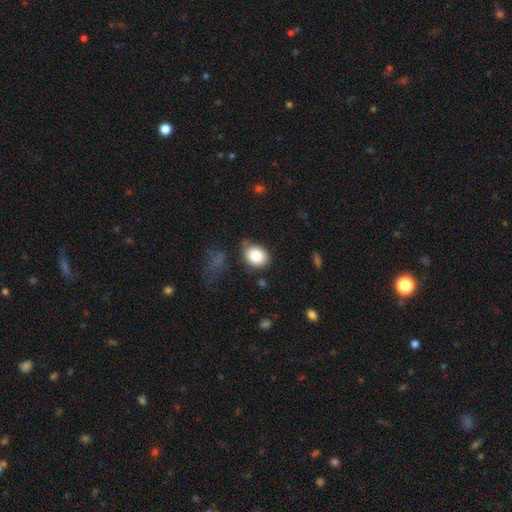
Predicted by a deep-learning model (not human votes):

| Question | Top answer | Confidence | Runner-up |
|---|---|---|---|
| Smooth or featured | smooth | 83% | star or artifact (9%) |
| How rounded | in between | 52% | round (48%) |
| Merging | none | 69% | minor disturbance (21%) |